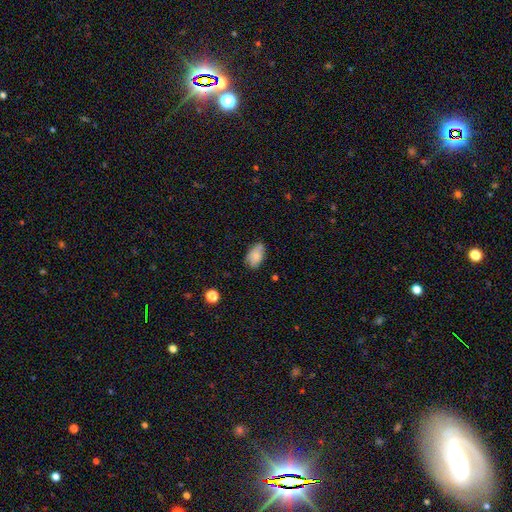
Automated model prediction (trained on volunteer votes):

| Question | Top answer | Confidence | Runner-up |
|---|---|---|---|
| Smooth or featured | smooth | 79% | featured or disk (14%) |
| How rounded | in between | 92% | round (6%) |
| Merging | none | 66% | minor disturbance (27%) |